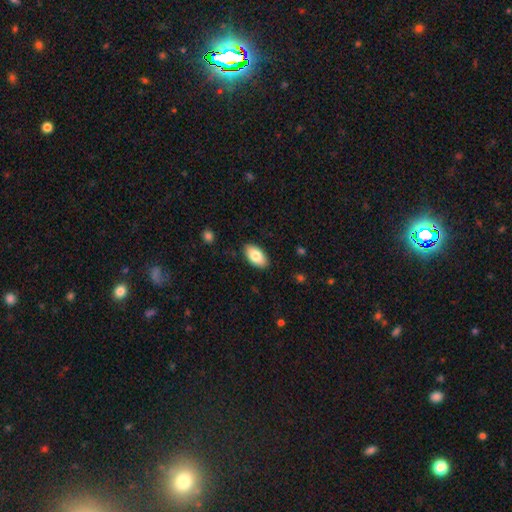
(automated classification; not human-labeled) Smooth or featured: smooth — 82% (featured or disk — 12%)
How rounded: in between — 95% (round — 3%)
Merging: none — 88% (minor disturbance — 9%)